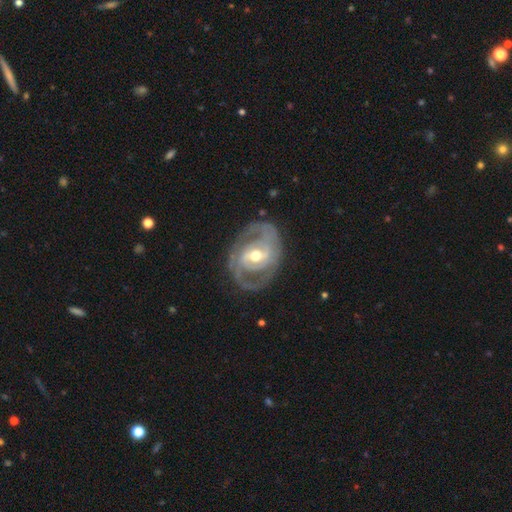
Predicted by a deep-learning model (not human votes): Smooth or featured?
  - featured or disk: 88% *
  - smooth: 8%
  - star or artifact: 4%
Edge-on disk?
  - no: 97% *
  - yes: 3%
Bar?
  - weak: 42% *
  - no: 32%
  - strong: 27%
Spiral arms?
  - yes: 93% *
  - no: 7%
Spiral winding?
  - tight: 50% *
  - medium: 40%
  - loose: 10%
Spiral arm count?
  - 2: 74% *
  - can't tell: 10%
  - 3: 9%
  - 1: 3%
  - 4: 2%
  - more than 4: 2%
Bulge size?
  - moderate: 69% *
  - small: 24%
  - large: 6%
  - dominant: 1%
  - none: 1%
Merging?
  - none: 77% *
  - minor disturbance: 15%
  - major disturbance: 7%
  - merger: 1%